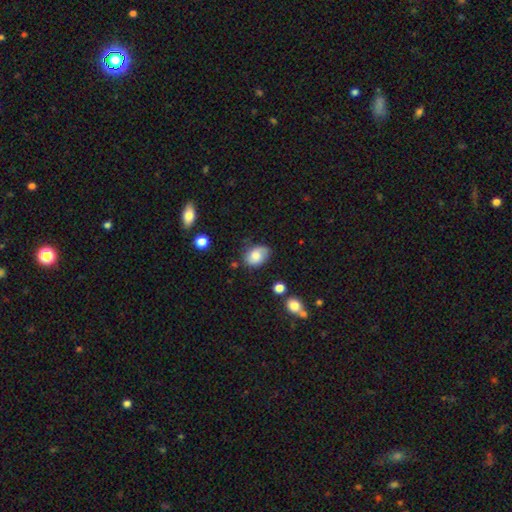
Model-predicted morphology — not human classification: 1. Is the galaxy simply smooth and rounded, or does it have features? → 71% smooth, 20% featured or disk, 8% star or artifact.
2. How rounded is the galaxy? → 76% in between, 23% round, 1% cigar-shaped.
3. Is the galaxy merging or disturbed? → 61% none, 29% minor disturbance, 7% major disturbance, 3% merger.